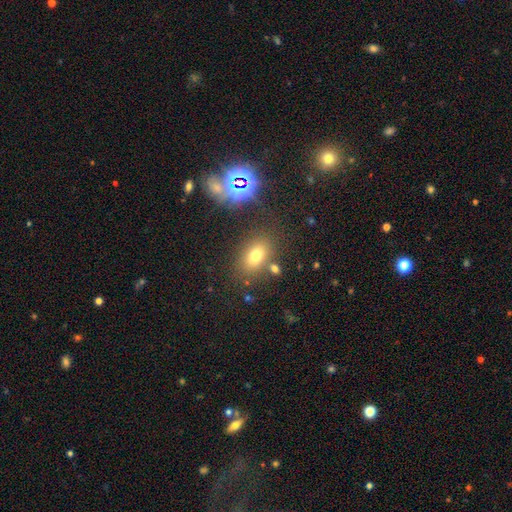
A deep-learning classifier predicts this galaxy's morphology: smooth-or-featured: smooth: 68% | star or artifact: 19% | featured or disk: 13%
  how-rounded: in between: 79% | round: 18% | cigar-shaped: 3%
  merging: none: 76% | minor disturbance: 11% | merger: 8% | major disturbance: 5%